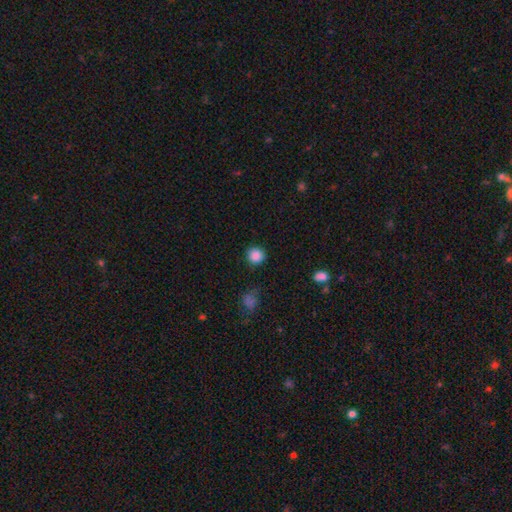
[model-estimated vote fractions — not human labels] Overall: smooth (87%). How rounded: round (93%). Merging: none (88%).